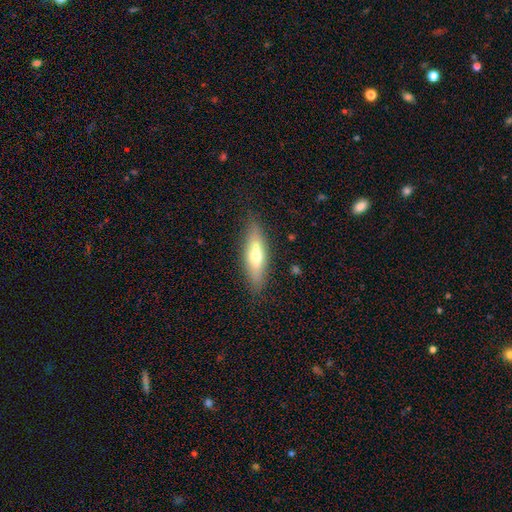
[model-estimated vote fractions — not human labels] Smooth or featured?
  - smooth: 49% *
  - featured or disk: 44%
  - star or artifact: 7%
Merging?
  - none: 83% *
  - minor disturbance: 12%
  - major disturbance: 3%
  - merger: 2%